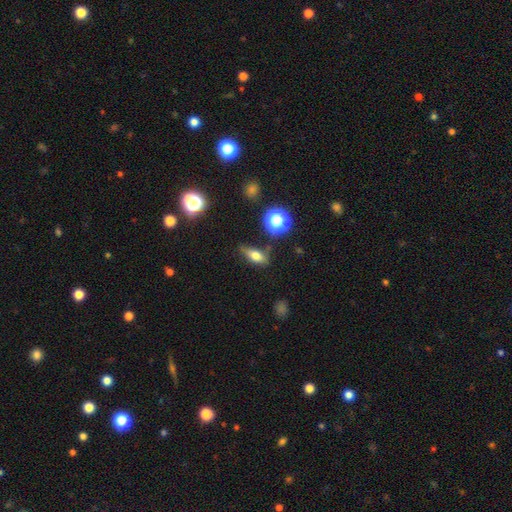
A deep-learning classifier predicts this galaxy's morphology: Overall: smooth (66%). How rounded: in between (69%). Merging: none (65%).